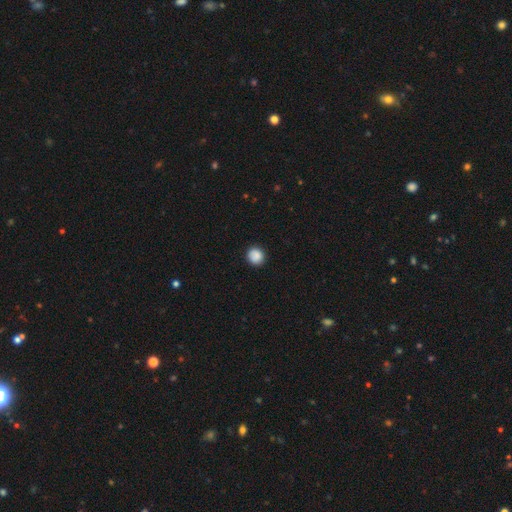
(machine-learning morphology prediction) smooth 88%, star or artifact 9%, featured or disk 3%. Down the decision tree: how rounded — round (88%); merging — none (88%).